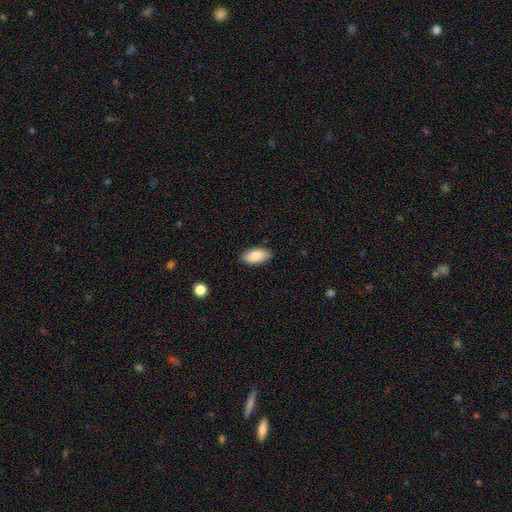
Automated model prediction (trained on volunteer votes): This is clearly a smooth galaxy (88%). How rounded: clearly in between (93%). Merging: clearly none (87%).